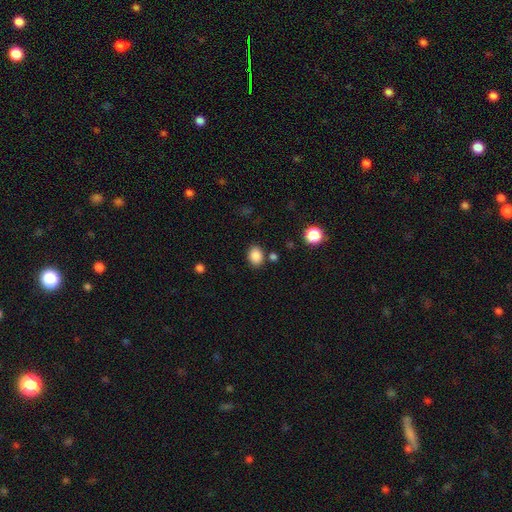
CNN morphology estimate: smooth 86%, star or artifact 10%, featured or disk 4%. Down the decision tree: how rounded — in between (59%); merging — none (81%).